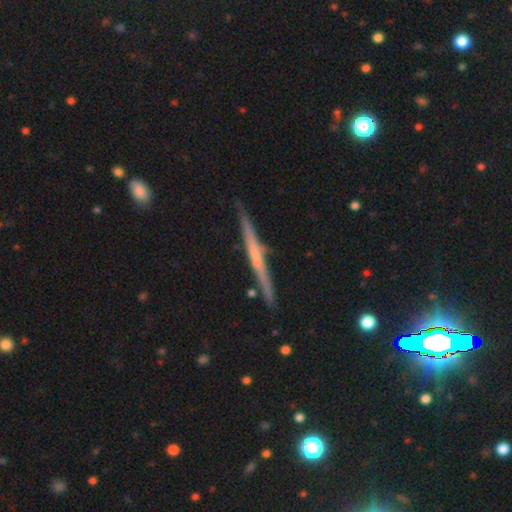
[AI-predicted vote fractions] The model was most divided on "smooth or featured": featured or disk: 64%, smooth: 31%, star or artifact: 5%. More confident: edge-on disk — yes (98%); merging — none (87%); edge-on bulge — none (64%).